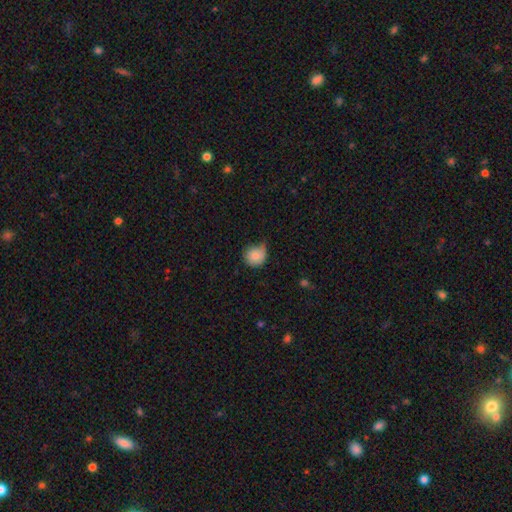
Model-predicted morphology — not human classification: This is clearly a smooth galaxy (84%). How rounded: clearly round (87%). Merging: possibly none (47%).